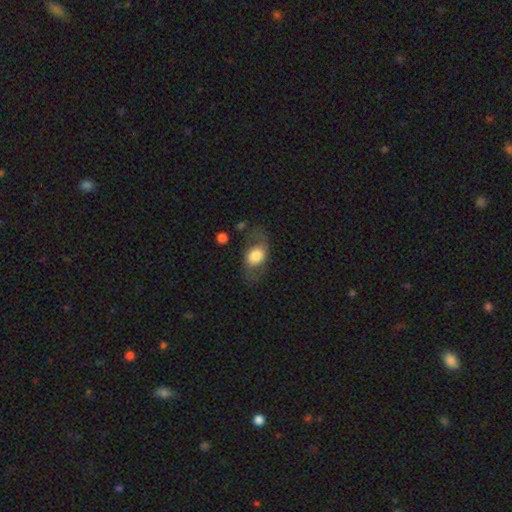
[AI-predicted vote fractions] This is likely a smooth galaxy (64%). How rounded: likely in between (74%). Merging: likely none (61%).